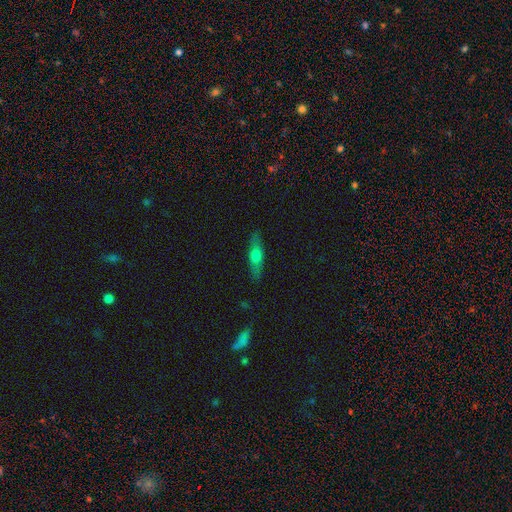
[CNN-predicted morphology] A smooth galaxy with no disk features (55%) that is cigar-shaped (62%). Merging: none (86%).